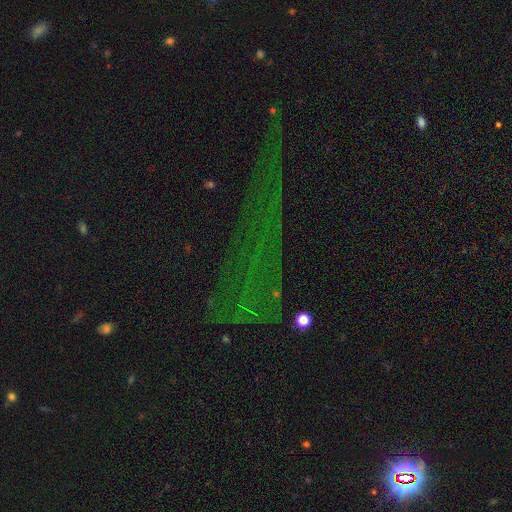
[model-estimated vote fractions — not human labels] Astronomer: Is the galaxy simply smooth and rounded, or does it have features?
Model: star or artifact — 73%.